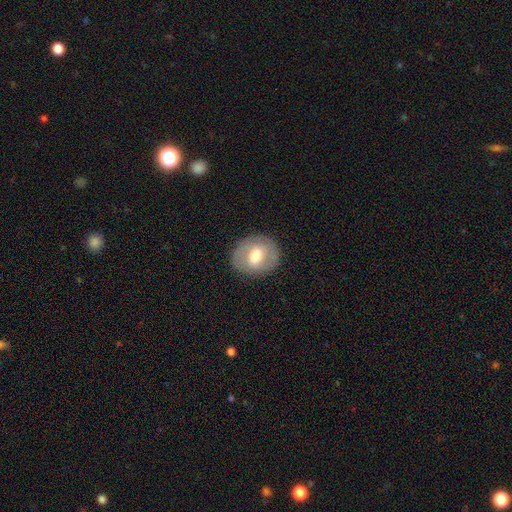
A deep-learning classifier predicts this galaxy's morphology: A smooth galaxy with no disk features (53%) that is round (66%).

Vote fractions:
- Smooth or featured? smooth: 53% / featured or disk: 40% / star or artifact: 7%
- How rounded? round: 66% / in between: 33% / cigar-shaped: 1%
- Merging? none: 85% / minor disturbance: 10% / major disturbance: 4% / merger: 1%